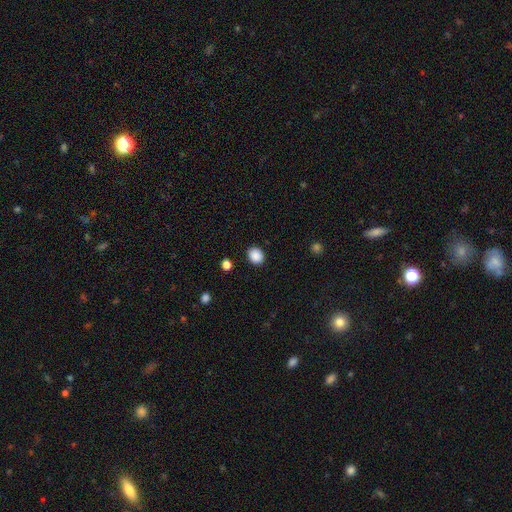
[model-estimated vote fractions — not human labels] A smooth galaxy with no disk features (88%) that is round (69%).

Vote fractions:
- Smooth or featured? smooth: 88% / star or artifact: 9% / featured or disk: 3%
- How rounded? round: 69% / in between: 30% / cigar-shaped: 1%
- Merging? none: 89% / minor disturbance: 7% / major disturbance: 2% / merger: 2%